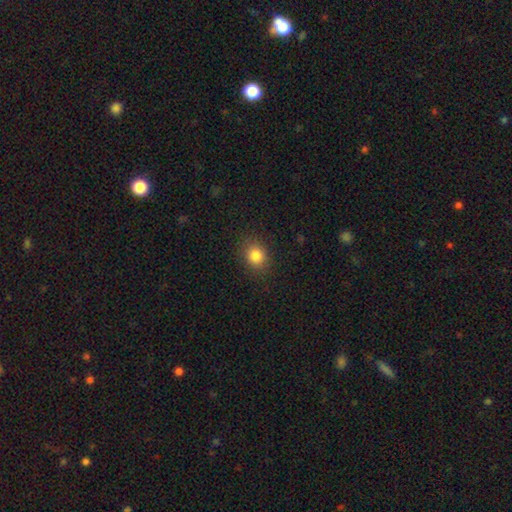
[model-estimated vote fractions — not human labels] This is clearly a smooth galaxy (84%). How rounded: likely round (68%). Merging: clearly none (87%).